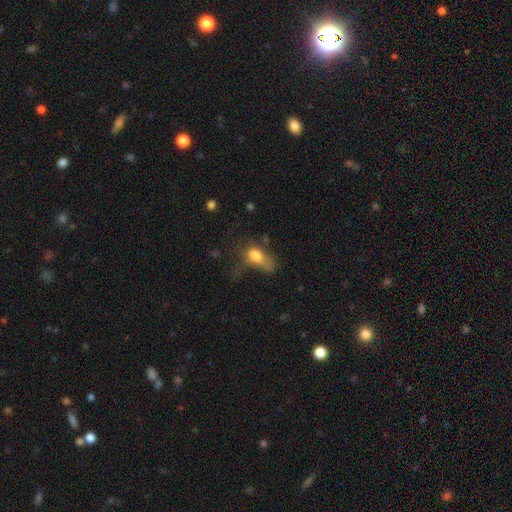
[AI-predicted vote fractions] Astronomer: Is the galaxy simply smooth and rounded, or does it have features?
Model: smooth — 71%.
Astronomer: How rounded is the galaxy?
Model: in between — 82%.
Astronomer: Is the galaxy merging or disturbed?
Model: major disturbance — 52%.